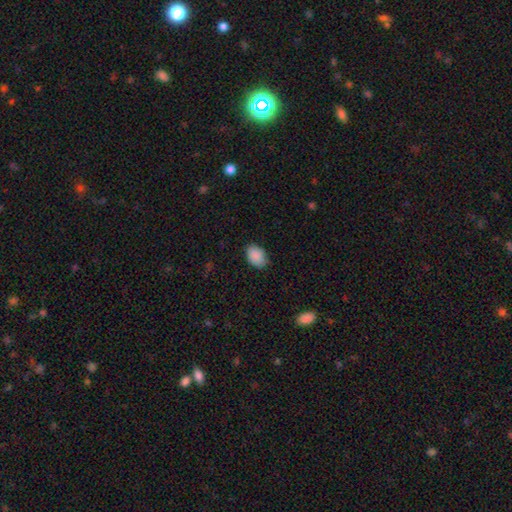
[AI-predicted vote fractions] Smooth or featured?
  - smooth: 90% *
  - star or artifact: 7%
  - featured or disk: 3%
How rounded?
  - in between: 82% *
  - round: 17%
  - cigar-shaped: 1%
Merging?
  - none: 82% *
  - minor disturbance: 15%
  - major disturbance: 3%
  - merger: 1%